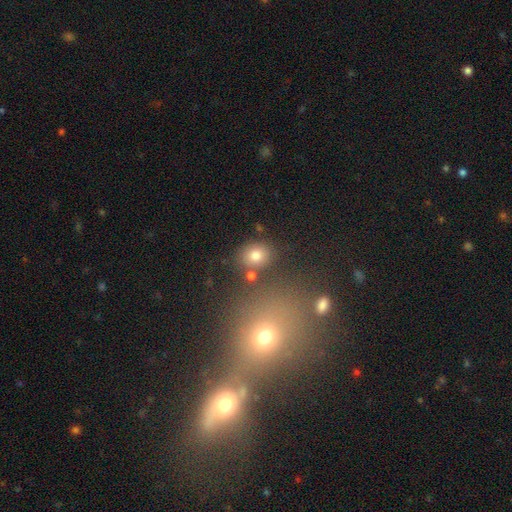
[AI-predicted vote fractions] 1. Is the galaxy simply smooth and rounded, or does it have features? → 76% smooth, 14% star or artifact, 10% featured or disk.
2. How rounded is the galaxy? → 50% in between, 49% round, 1% cigar-shaped.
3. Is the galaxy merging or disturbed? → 76% none, 11% minor disturbance, 9% merger, 4% major disturbance.